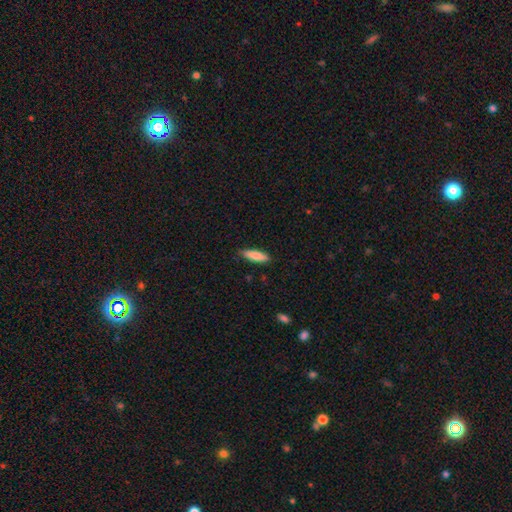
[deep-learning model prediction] Morphology: type=smooth (82%); roundness=cigar-shaped (66%); merging=none (84%).